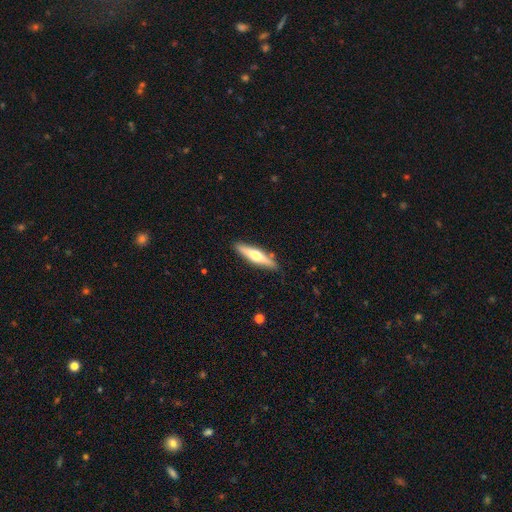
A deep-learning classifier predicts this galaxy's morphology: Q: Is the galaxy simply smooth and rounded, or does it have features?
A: featured or disk — 53%.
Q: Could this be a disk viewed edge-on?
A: yes — 94%.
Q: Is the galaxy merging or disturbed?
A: none — 87%.